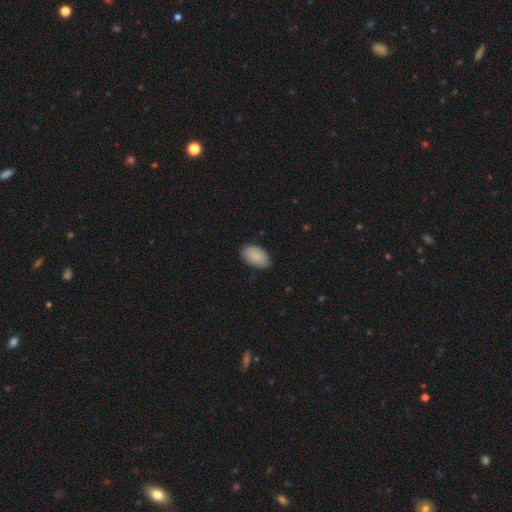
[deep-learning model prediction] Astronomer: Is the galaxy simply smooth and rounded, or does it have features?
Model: smooth — 87%.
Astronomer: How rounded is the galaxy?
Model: in between — 94%.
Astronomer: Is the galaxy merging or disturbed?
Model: none — 83%.